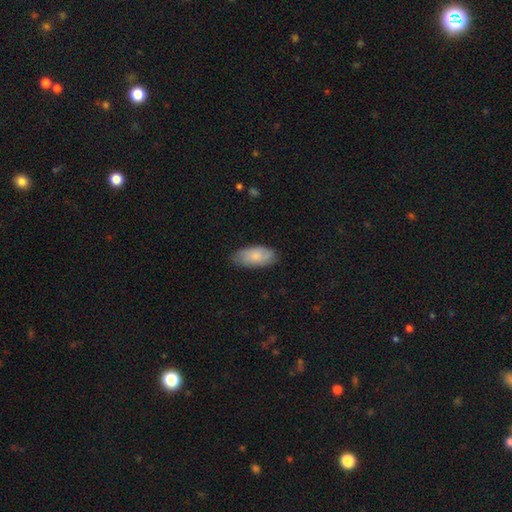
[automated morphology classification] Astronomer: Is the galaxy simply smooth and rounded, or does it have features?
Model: smooth — 78%.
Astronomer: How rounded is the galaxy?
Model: in between — 91%.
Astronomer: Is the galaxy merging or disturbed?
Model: none — 78%.